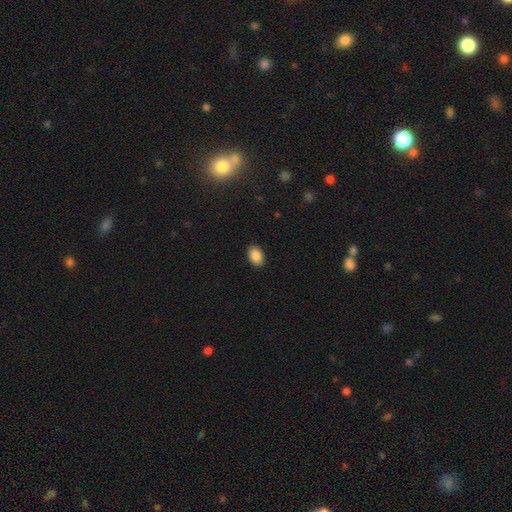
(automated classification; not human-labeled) A smooth galaxy with no disk features (88%) that is in between round and cigar-shaped (87%).

Vote fractions:
- Smooth or featured? smooth: 88% / star or artifact: 8% / featured or disk: 4%
- How rounded? in between: 87% / round: 12% / cigar-shaped: 1%
- Merging? none: 90% / minor disturbance: 7% / major disturbance: 2% / merger: 1%